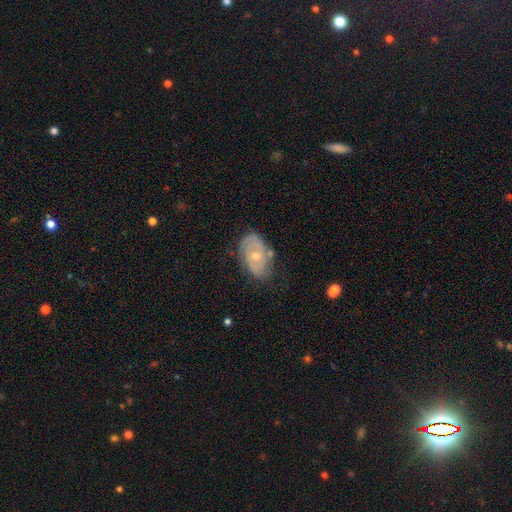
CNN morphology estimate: Smooth or featured?
  - featured or disk: 64% *
  - smooth: 29%
  - star or artifact: 7%
Edge-on disk?
  - no: 95% *
  - yes: 5%
Bar?
  - no: 74% *
  - weak: 22%
  - strong: 4%
Spiral arms?
  - yes: 69% *
  - no: 31%
Bulge size?
  - small: 52% *
  - moderate: 45%
  - none: 1%
  - large: 1%
  - dominant: 1%
Merging?
  - none: 66% *
  - minor disturbance: 24%
  - major disturbance: 7%
  - merger: 3%